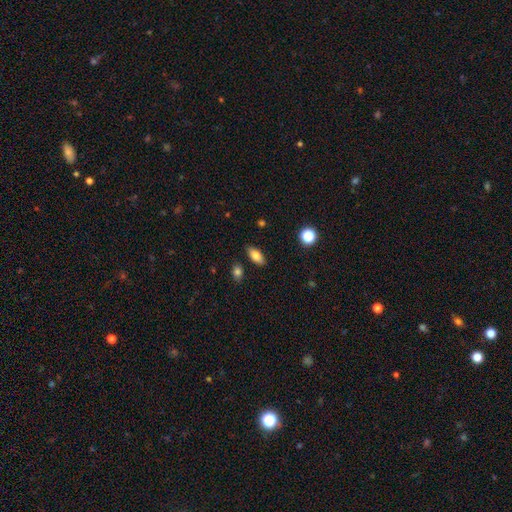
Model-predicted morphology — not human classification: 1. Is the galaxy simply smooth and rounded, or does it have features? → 82% smooth, 9% featured or disk, 9% star or artifact.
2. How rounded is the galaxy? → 88% in between, 8% cigar-shaped, 4% round.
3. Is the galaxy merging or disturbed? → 86% none, 9% minor disturbance, 3% merger, 2% major disturbance.